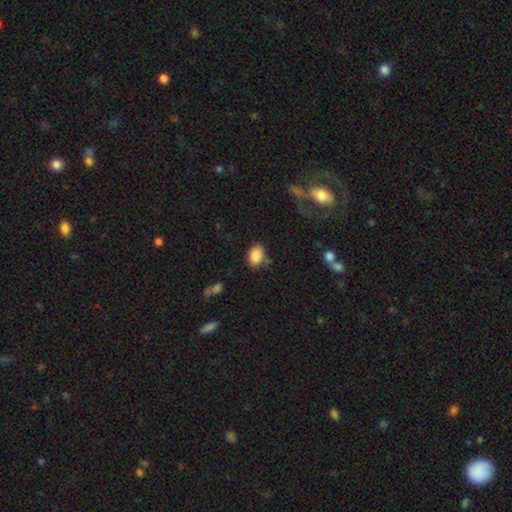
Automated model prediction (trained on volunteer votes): Smooth or featured? Predicted: smooth (p=0.88). How rounded? Predicted: in between (p=0.79). Merging? Predicted: none (p=0.75).